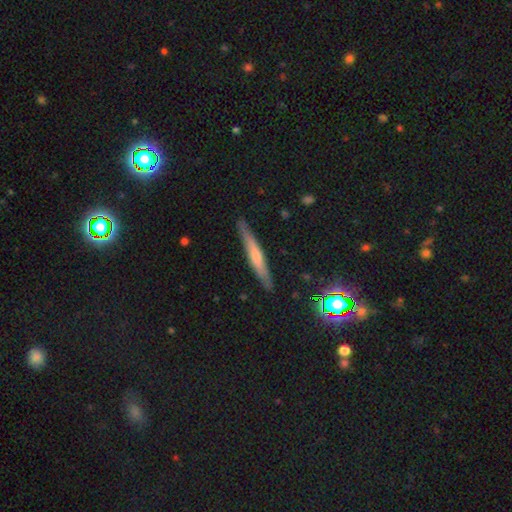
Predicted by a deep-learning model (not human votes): Smooth or featured: featured or disk — 48% (smooth — 44%)
Merging: none — 87% (minor disturbance — 10%)